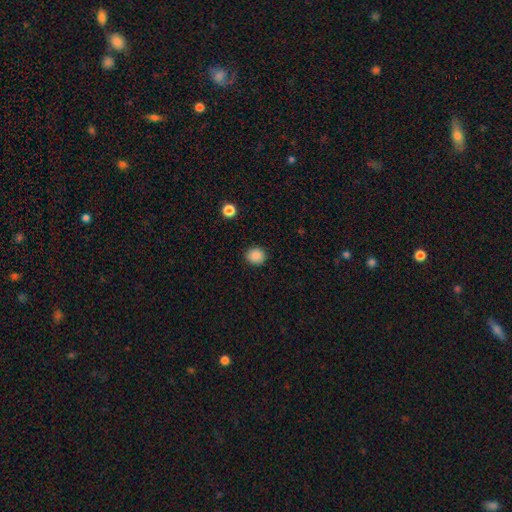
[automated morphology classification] A smooth galaxy with no disk features (87%) that is round (85%). Merging: none (91%).